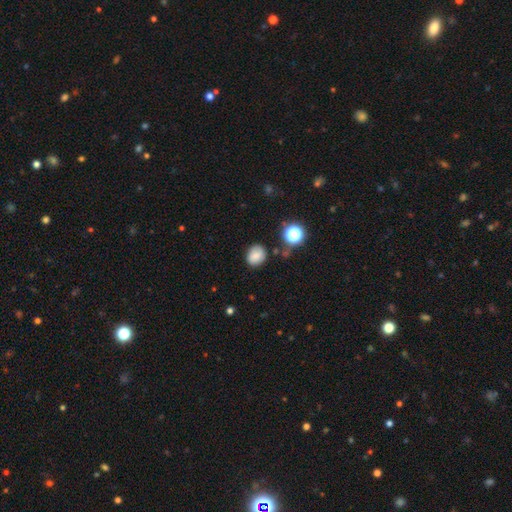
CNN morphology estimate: Smooth or featured?
  - smooth: 78% *
  - star or artifact: 12%
  - featured or disk: 10%
How rounded?
  - round: 61% *
  - in between: 38%
  - cigar-shaped: 1%
Merging?
  - none: 76% *
  - minor disturbance: 16%
  - major disturbance: 4%
  - merger: 3%